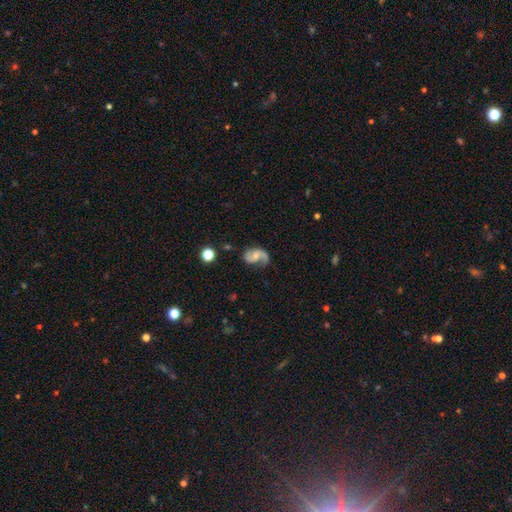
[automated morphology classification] type=featured or disk (79%); edge-on=no (98%); bar=no (59%); spiral arms=yes (95%); winding=loose (43%, tied with medium); arm count=2 (80%); bulge=small (46%); merging=none (63%).